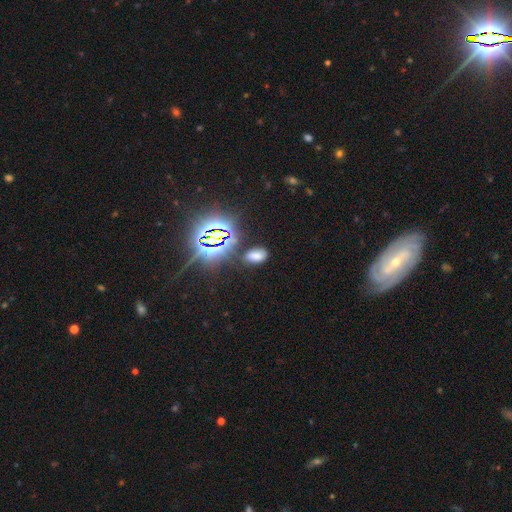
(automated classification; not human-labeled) smooth 57%, star or artifact 34%, featured or disk 9%. Down the decision tree: how rounded — in between (91%); merging — none (79%).